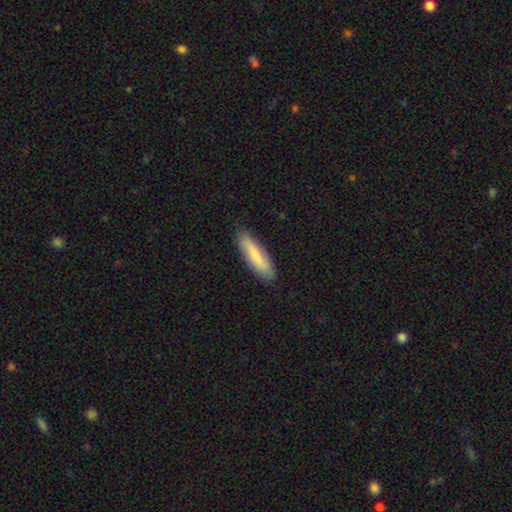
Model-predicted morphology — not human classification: This appears to be a smooth galaxy with no disk features (80%) that is cigar-shaped (71%). Merging: none (85%).